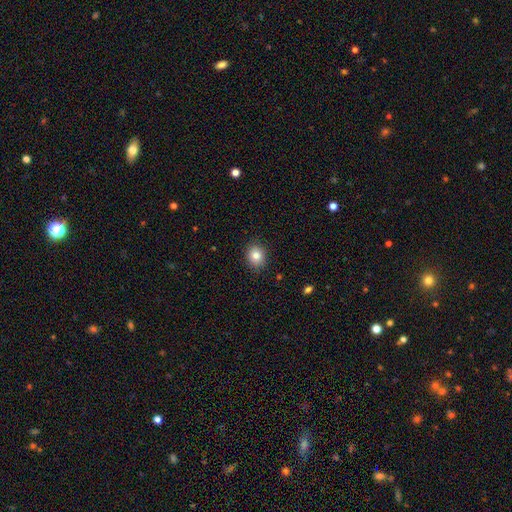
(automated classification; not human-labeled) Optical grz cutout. It shows a smooth galaxy with no disk features (82%) that is round (66%). Merging: none (89%).